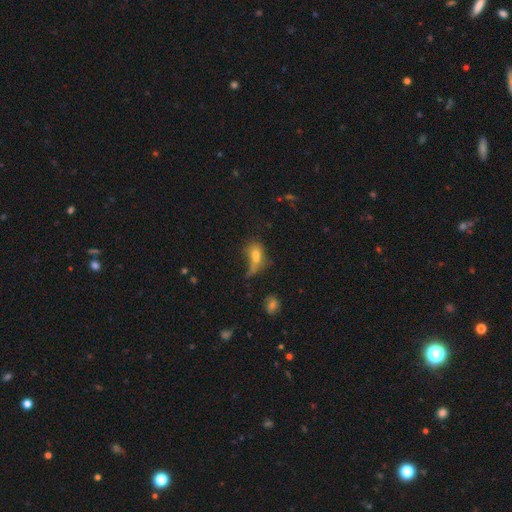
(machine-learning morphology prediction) type=smooth (59%); roundness=in between (69%); merging=none (28%).